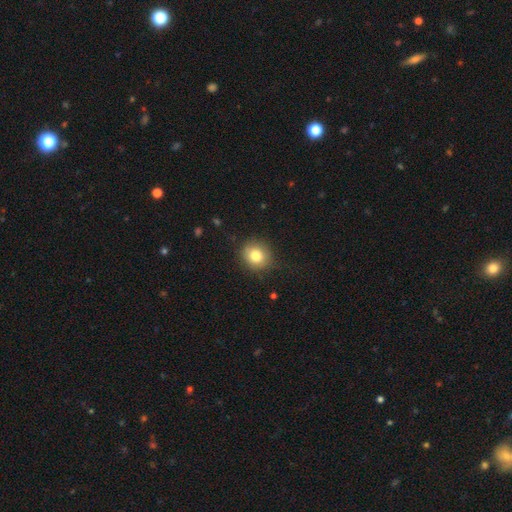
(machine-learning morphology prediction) A smooth galaxy with no disk features (81%) that is round (81%).

Vote fractions:
- Smooth or featured? smooth: 81% / star or artifact: 10% / featured or disk: 9%
- How rounded? round: 81% / in between: 18% / cigar-shaped: 1%
- Merging? none: 83% / minor disturbance: 13% / major disturbance: 3% / merger: 1%